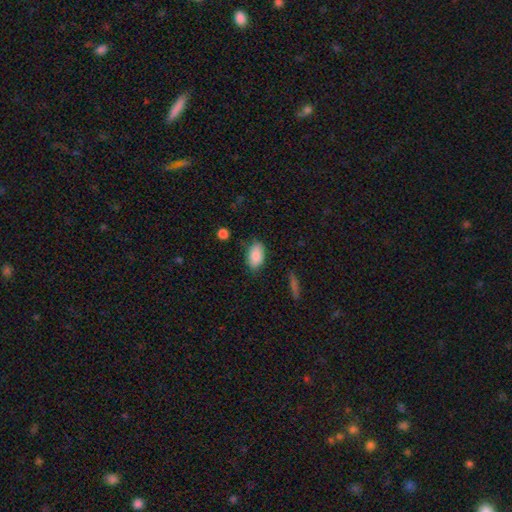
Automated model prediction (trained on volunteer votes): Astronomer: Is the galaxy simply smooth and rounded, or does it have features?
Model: smooth — 87%.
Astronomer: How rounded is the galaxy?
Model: in between — 92%.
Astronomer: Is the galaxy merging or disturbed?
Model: none — 75%.